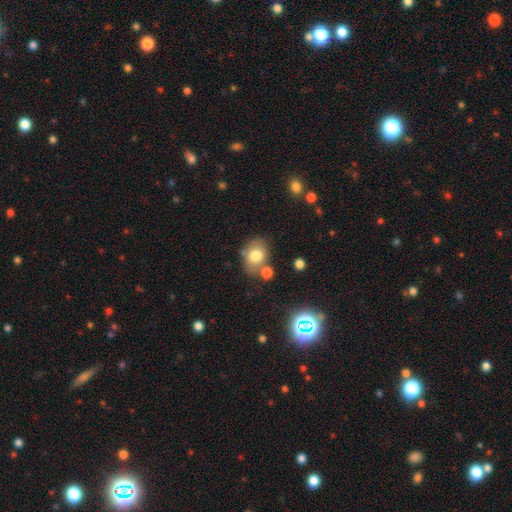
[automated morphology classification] smooth 75%, featured or disk 14%, star or artifact 11%. Down the decision tree: how rounded — in between (57%); merging — none (63%).